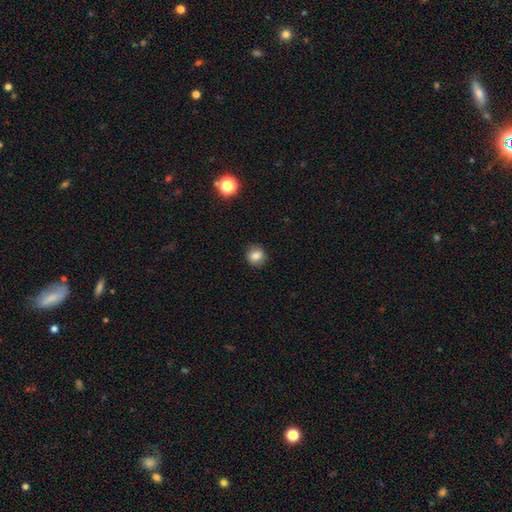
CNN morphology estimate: Smooth or featured? smooth (83%)
How rounded? round (89%)
Merging? none (90%)